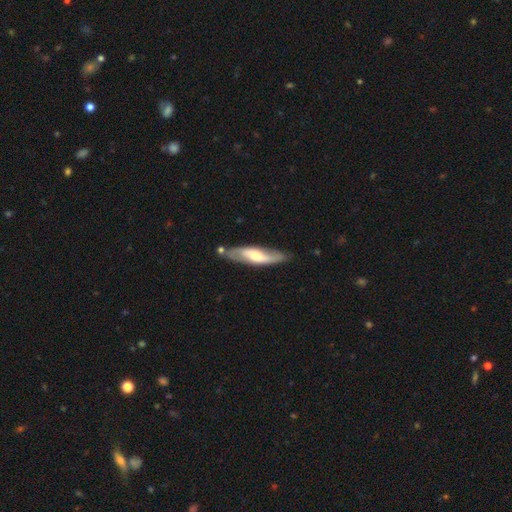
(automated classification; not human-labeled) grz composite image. It shows a featured or disk galaxy (55%). Merging: none (75%).